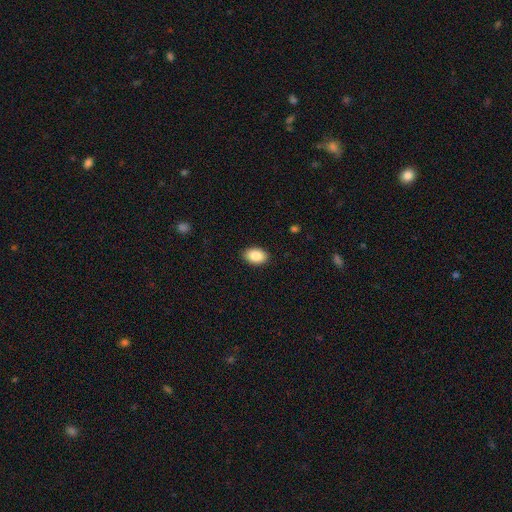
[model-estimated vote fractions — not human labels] smooth-or-featured: smooth: 87% | star or artifact: 7% | featured or disk: 6%
  how-rounded: in between: 87% | round: 12% | cigar-shaped: 1%
  merging: none: 90% | minor disturbance: 8% | major disturbance: 2% | merger: 1%